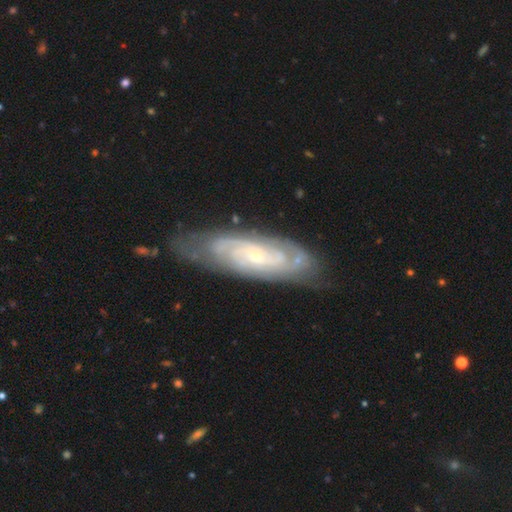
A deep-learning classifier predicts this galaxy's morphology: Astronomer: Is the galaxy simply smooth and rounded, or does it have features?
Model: featured or disk — 82%.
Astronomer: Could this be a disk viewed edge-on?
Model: no — 89%.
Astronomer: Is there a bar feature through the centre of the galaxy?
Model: no — 63%.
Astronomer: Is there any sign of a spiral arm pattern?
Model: yes — 95%.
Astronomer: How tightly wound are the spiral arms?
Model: tight — 65%.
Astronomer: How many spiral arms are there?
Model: can't tell — 37% (runner-up: 2, 33%).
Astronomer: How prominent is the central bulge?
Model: small — 67%.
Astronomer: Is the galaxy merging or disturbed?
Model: none — 72%.